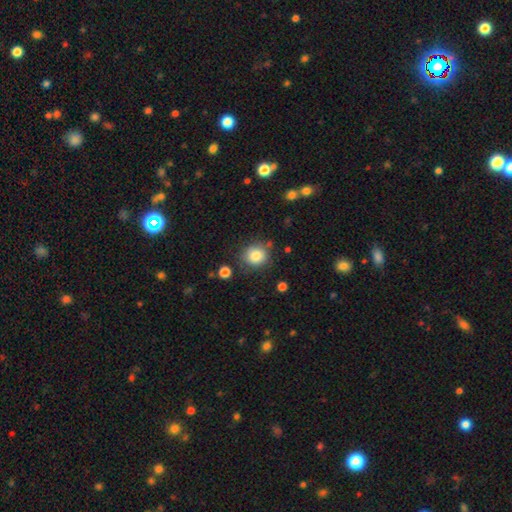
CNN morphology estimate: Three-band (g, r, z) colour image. It shows a smooth galaxy with no disk features (83%) that is round (86%). Merging: none (78%).